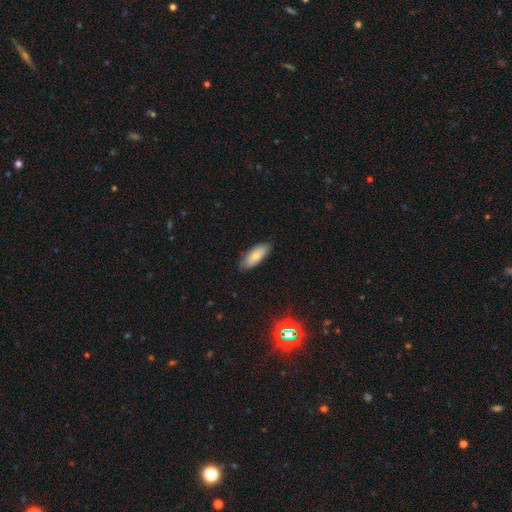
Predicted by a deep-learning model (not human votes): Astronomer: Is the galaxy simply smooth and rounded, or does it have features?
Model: smooth — 76%.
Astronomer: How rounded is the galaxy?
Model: in between — 78%.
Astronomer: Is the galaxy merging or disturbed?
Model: none — 82%.